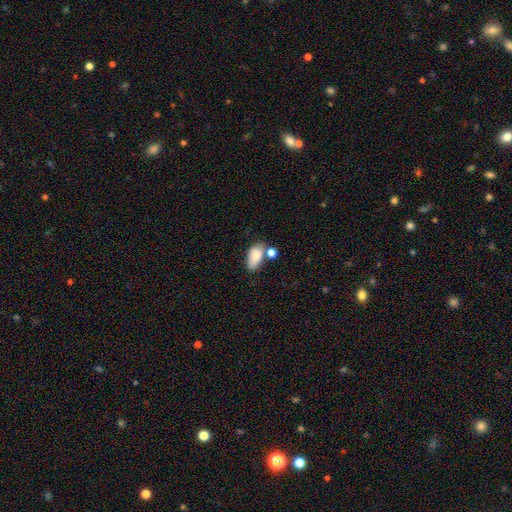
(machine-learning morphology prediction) Q: Smooth or featured?
A: smooth (81%); runner-up: featured or disk (11%)
Q: How rounded?
A: in between (91%); runner-up: round (6%)
Q: Merging?
A: none (43%); runner-up: merger (27%)